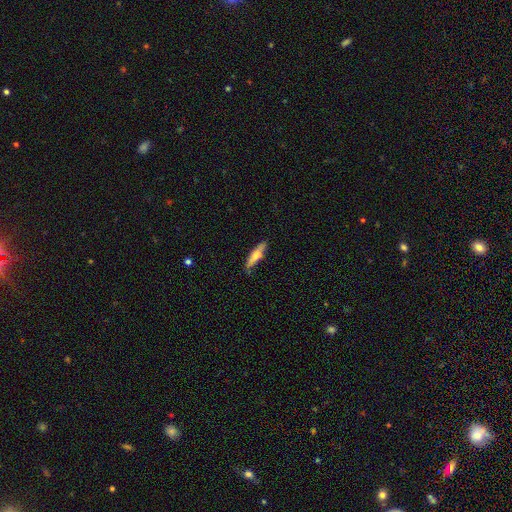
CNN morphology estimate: A smooth galaxy with no disk features (59%) that is cigar-shaped (79%).

Vote fractions:
- Smooth or featured? smooth: 59% / featured or disk: 35% / star or artifact: 6%
- How rounded? cigar-shaped: 79% / in between: 19% / round: 2%
- Merging? none: 80% / minor disturbance: 15% / major disturbance: 3% / merger: 2%